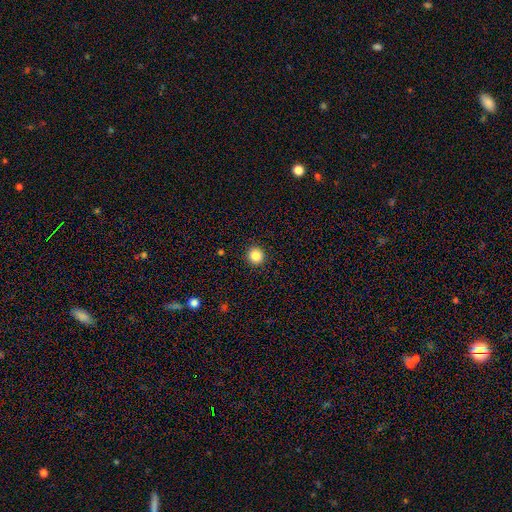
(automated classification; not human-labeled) Morphology: type=smooth (86%); roundness=round (93%); merging=none (92%).